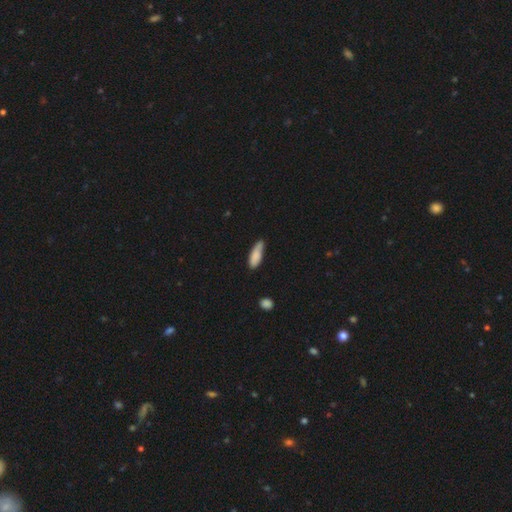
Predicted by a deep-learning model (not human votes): A smooth galaxy with no disk features (83%) that is in between round and cigar-shaped (56%). Merging: none (54%).